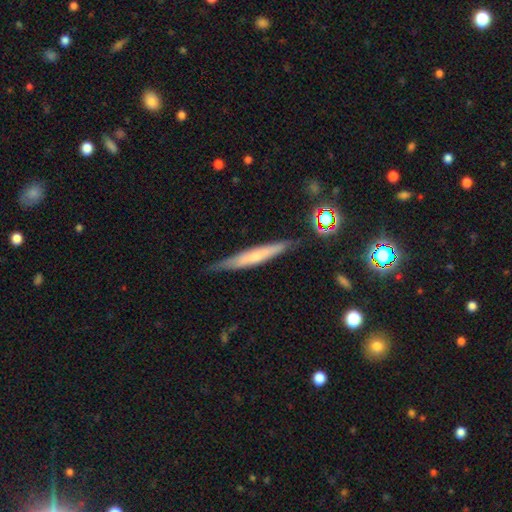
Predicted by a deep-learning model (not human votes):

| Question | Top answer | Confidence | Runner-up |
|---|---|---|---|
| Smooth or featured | smooth | 49% | featured or disk (43%) |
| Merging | none | 81% | minor disturbance (14%) |